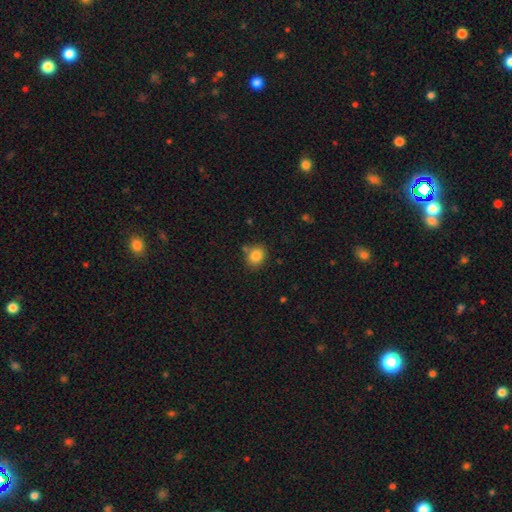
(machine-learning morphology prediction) Overall: smooth (84%). How rounded: round (67%; in between 32%). Merging: none (77%).